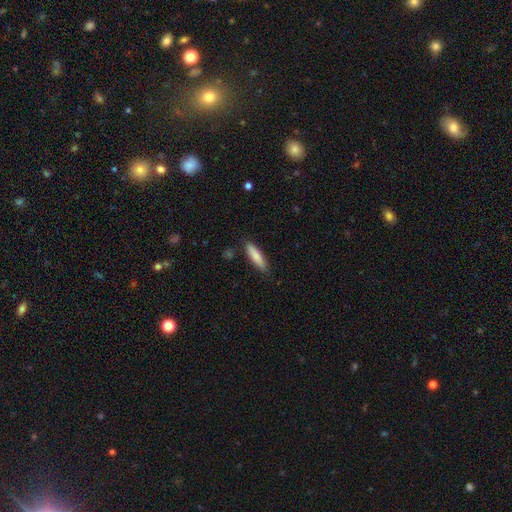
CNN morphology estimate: A smooth galaxy with no disk features (81%) that is cigar-shaped (73%).

Vote fractions:
- Smooth or featured? smooth: 81% / featured or disk: 13% / star or artifact: 6%
- How rounded? cigar-shaped: 73% / in between: 25% / round: 1%
- Merging? none: 87% / minor disturbance: 10% / major disturbance: 2% / merger: 2%